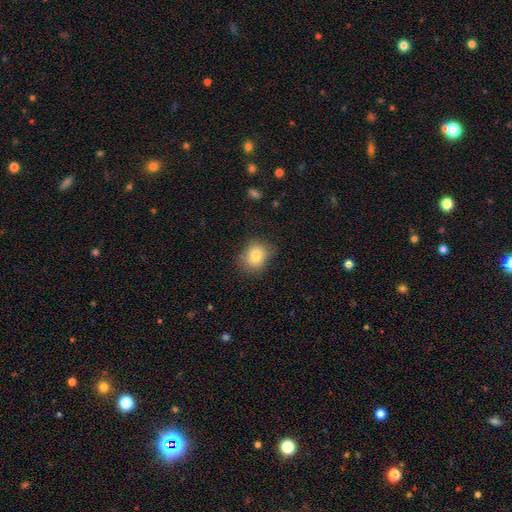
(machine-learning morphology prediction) smooth 80%, featured or disk 10%, star or artifact 10%. Down the decision tree: how rounded — round (63%); merging — none (73%).